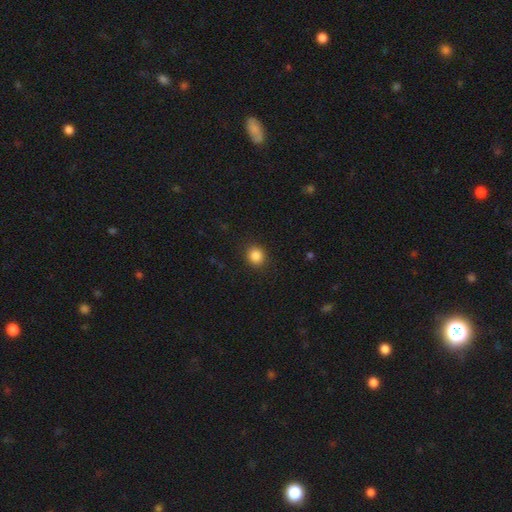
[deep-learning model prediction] smooth 86%, star or artifact 10%, featured or disk 4%. Down the decision tree: how rounded — round (80%); merging — none (89%).